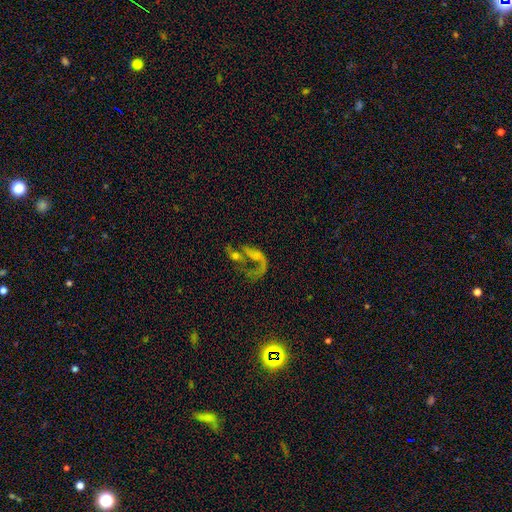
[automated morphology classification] Smooth or featured?
  - featured or disk: 67% *
  - smooth: 20%
  - star or artifact: 13%
Edge-on disk?
  - no: 96% *
  - yes: 4%
Bar?
  - no: 70% *
  - weak: 23%
  - strong: 7%
Spiral arms?
  - yes: 65% *
  - no: 35%
Bulge size?
  - small: 36% *
  - none: 33%
  - moderate: 24%
  - large: 5%
  - dominant: 2%
Merging?
  - major disturbance: 38% *
  - merger: 32%
  - none: 21%
  - minor disturbance: 9%